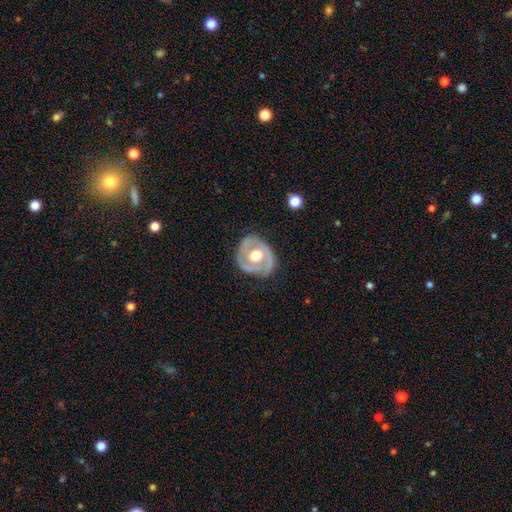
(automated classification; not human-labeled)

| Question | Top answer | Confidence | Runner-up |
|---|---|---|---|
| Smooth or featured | featured or disk | 68% | smooth (27%) |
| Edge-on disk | no | 94% | yes (6%) |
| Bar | no | 78% | weak (17%) |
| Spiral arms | no | 61% | yes (39%) |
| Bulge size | moderate | 59% | large (35%) |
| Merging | none | 76% | minor disturbance (17%) |